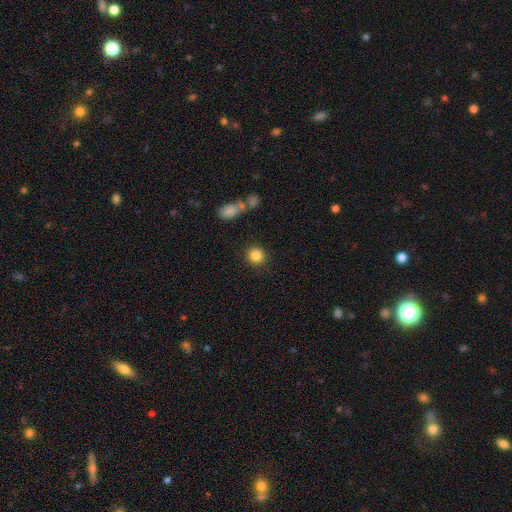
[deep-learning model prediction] Overall: smooth (85%). How rounded: round (88%). Merging: none (87%).